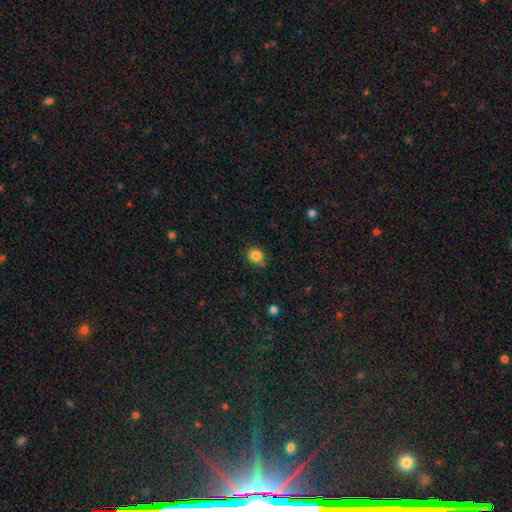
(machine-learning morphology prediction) The model was most divided on "how rounded": round: 70%, in between: 29%, cigar-shaped: 1%. More confident: smooth or featured — smooth (84%); merging — none (76%).